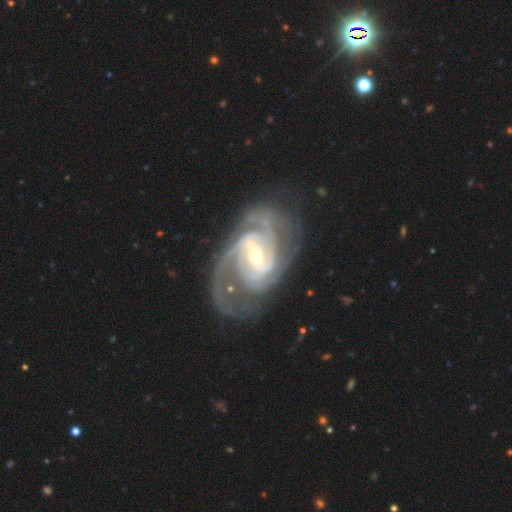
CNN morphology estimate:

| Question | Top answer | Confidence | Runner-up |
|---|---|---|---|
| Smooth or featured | featured or disk | 92% | star or artifact (4%) |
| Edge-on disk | no | 97% | yes (3%) |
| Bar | weak | 46% | strong (38%) |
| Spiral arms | yes | 98% | no (2%) |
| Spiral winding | tight | 46% | medium (45%) |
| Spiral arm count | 2 | 38% | 3 (27%) |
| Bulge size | small | 54% | moderate (42%) |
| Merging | none | 63% | minor disturbance (18%) |